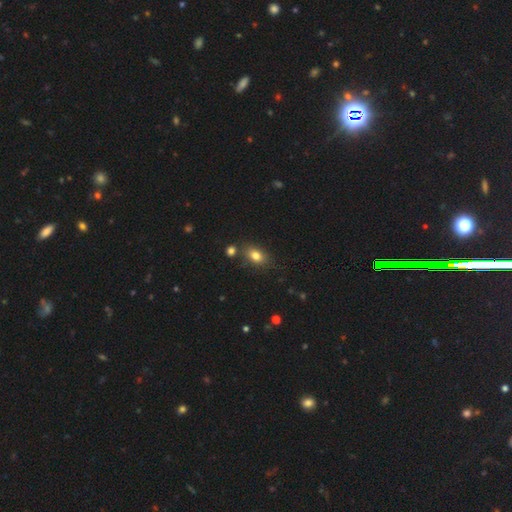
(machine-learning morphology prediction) Q: Smooth or featured?
A: smooth (80%); runner-up: star or artifact (11%)
Q: How rounded?
A: in between (81%); runner-up: round (17%)
Q: Merging?
A: none (76%); runner-up: minor disturbance (13%)